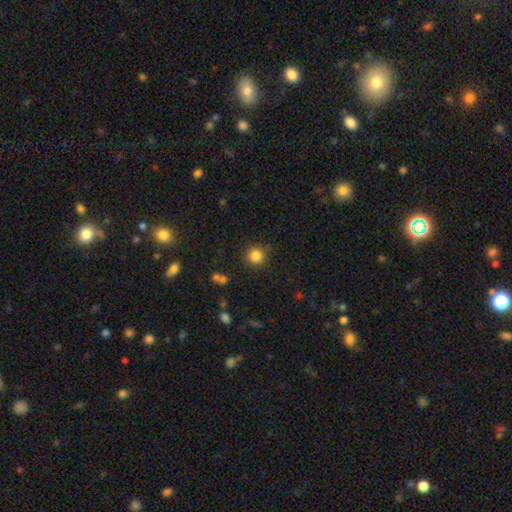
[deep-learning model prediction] A smooth galaxy with no disk features (84%) that is round (92%).

Vote fractions:
- Smooth or featured? smooth: 84% / star or artifact: 12% / featured or disk: 5%
- How rounded? round: 92% / in between: 7% / cigar-shaped: 1%
- Merging? none: 86% / minor disturbance: 9% / major disturbance: 3% / merger: 3%